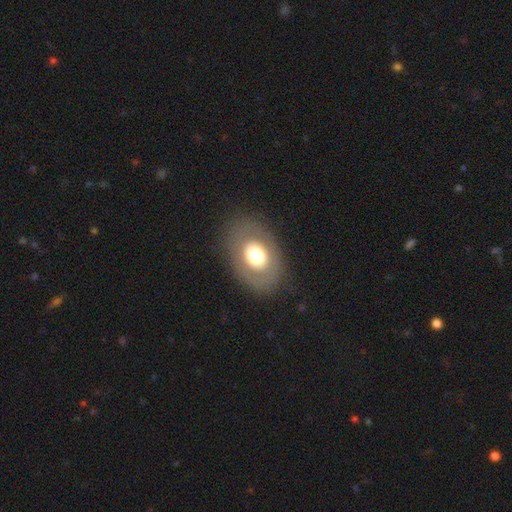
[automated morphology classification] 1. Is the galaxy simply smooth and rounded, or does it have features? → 60% smooth, 32% featured or disk, 8% star or artifact.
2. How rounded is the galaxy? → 73% in between, 26% round, 1% cigar-shaped.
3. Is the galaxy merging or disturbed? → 82% none, 10% minor disturbance, 6% major disturbance, 1% merger.